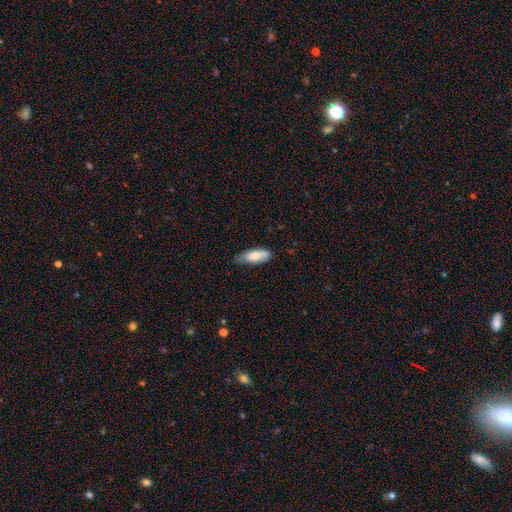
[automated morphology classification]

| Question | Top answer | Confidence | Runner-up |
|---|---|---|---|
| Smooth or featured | smooth | 77% | featured or disk (17%) |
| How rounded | in between | 76% | cigar-shaped (22%) |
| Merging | none | 59% | minor disturbance (33%) |